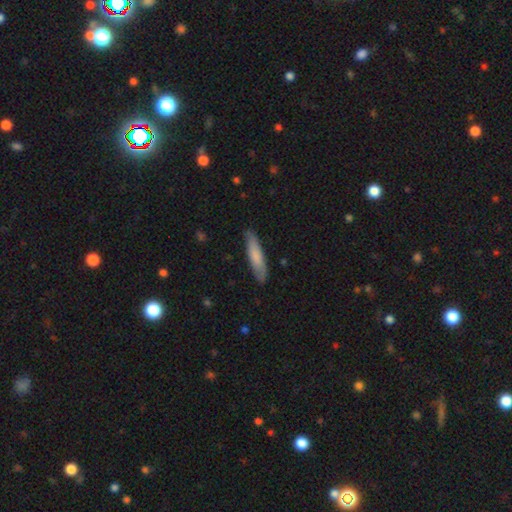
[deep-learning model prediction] Morphology: type=smooth (72%); roundness=cigar-shaped (79%); merging=none (83%).